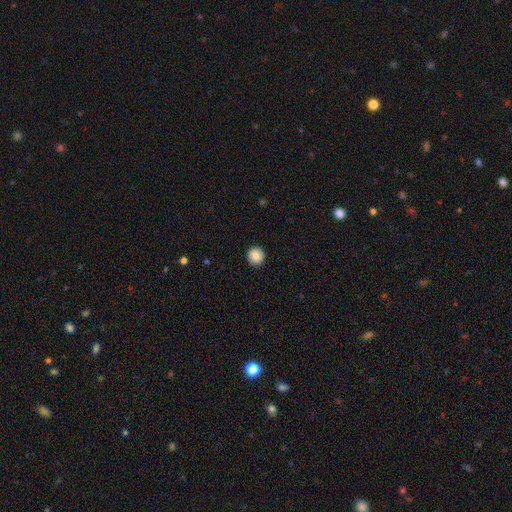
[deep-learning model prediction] Smooth or featured? smooth (87%)
How rounded? round (91%)
Merging? none (92%)